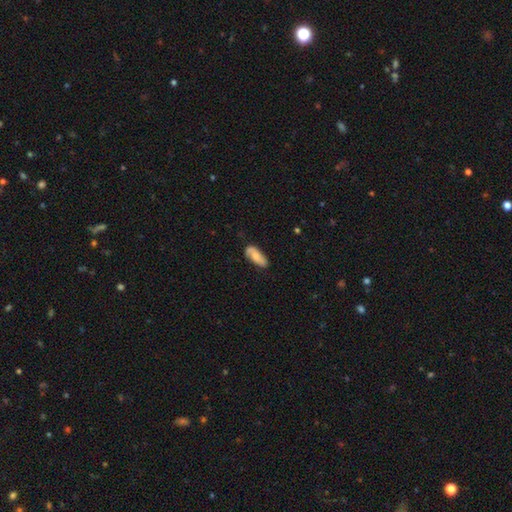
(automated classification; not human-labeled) This appears to be a smooth galaxy with no disk features (62%) that is in between round and cigar-shaped (78%). Merging: none (69%).